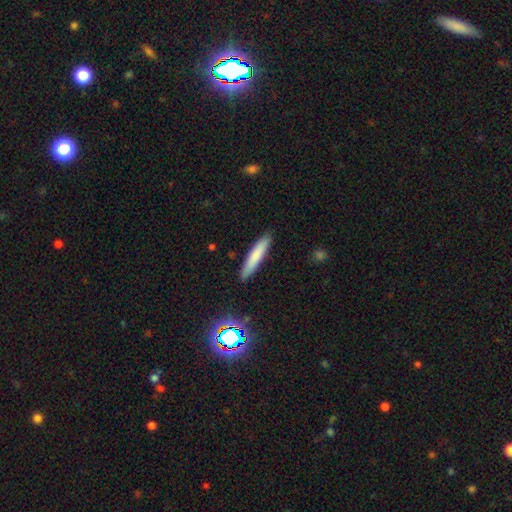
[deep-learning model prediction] smooth-or-featured: smooth: 77% | featured or disk: 16% | star or artifact: 7%
  how-rounded: cigar-shaped: 90% | in between: 9% | round: 1%
  merging: none: 89% | minor disturbance: 8% | major disturbance: 2% | merger: 1%